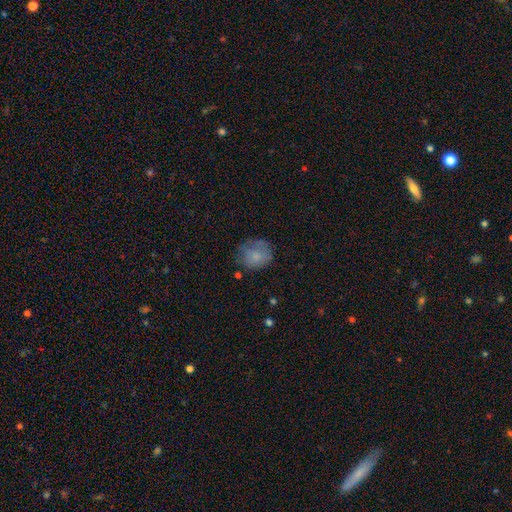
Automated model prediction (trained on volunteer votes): Smooth or featured? smooth (73%)
How rounded? round (75%)
Merging? none (59%)